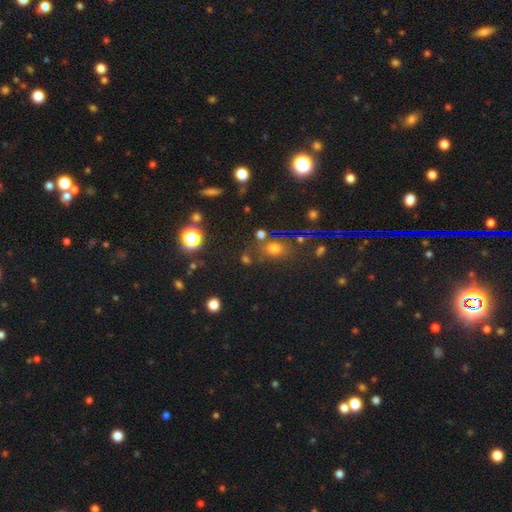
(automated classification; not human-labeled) Overall: star or artifact (73%).